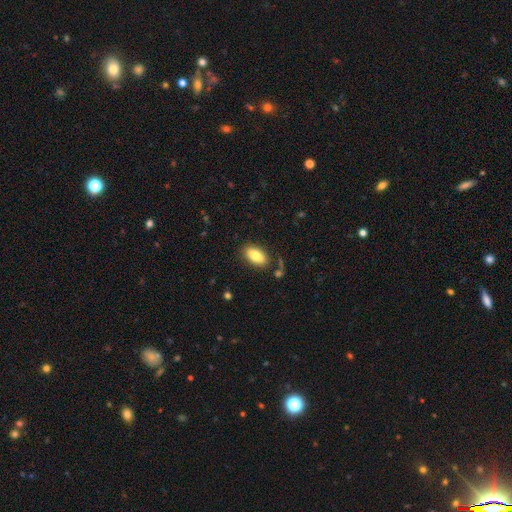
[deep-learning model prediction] smooth-or-featured: smooth: 83% | featured or disk: 10% | star or artifact: 7%
  how-rounded: in between: 93% | cigar-shaped: 4% | round: 3%
  merging: none: 82% | minor disturbance: 11% | merger: 4% | major disturbance: 3%